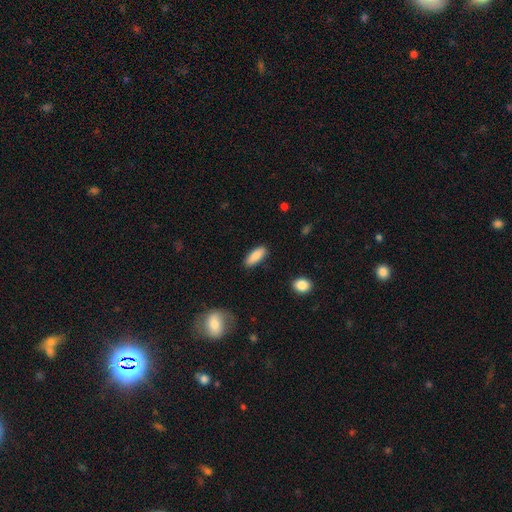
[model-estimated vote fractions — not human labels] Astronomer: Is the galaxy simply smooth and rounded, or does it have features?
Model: smooth — 87%.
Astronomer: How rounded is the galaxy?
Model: in between — 72%.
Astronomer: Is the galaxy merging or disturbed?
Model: none — 86%.